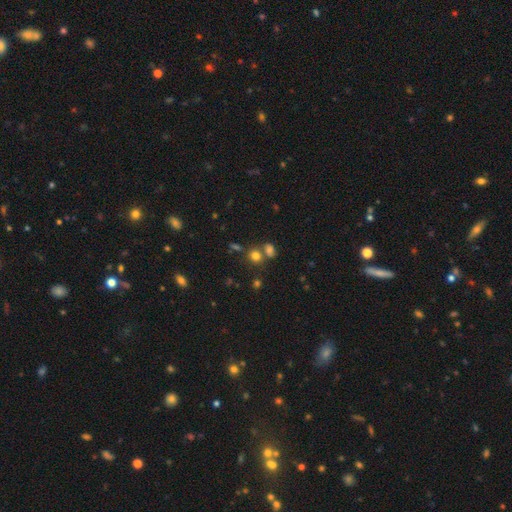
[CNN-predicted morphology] Overall: smooth (72%). How rounded: round (74%). Merging: none (58%; merger 28%).